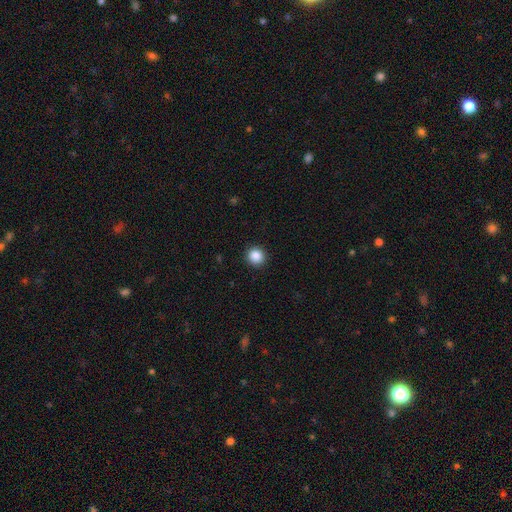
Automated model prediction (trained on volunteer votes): This is clearly a smooth galaxy (87%). How rounded: clearly round (92%). Merging: clearly none (92%).